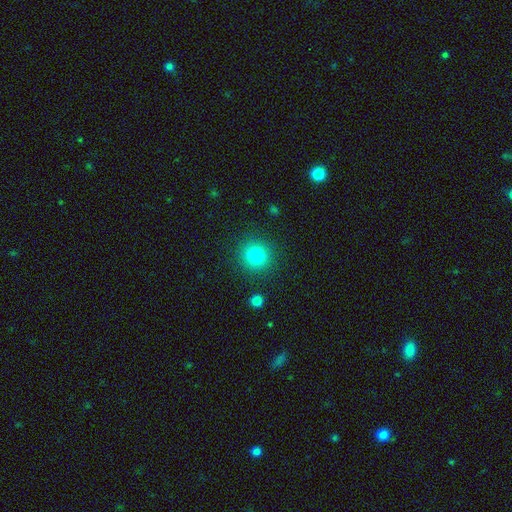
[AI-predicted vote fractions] smooth-or-featured: smooth: 81% | star or artifact: 12% | featured or disk: 7%
  how-rounded: round: 92% | in between: 7% | cigar-shaped: 1%
  merging: none: 89% | minor disturbance: 6% | major disturbance: 3% | merger: 2%